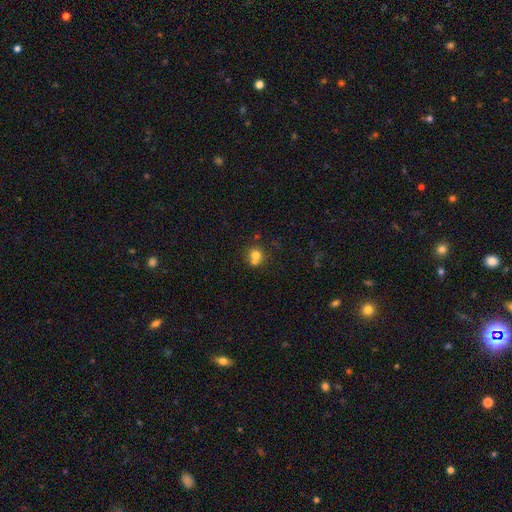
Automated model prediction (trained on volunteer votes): This appears to be a smooth galaxy with no disk features (75%) that is round (85%). Merging: none (48%).